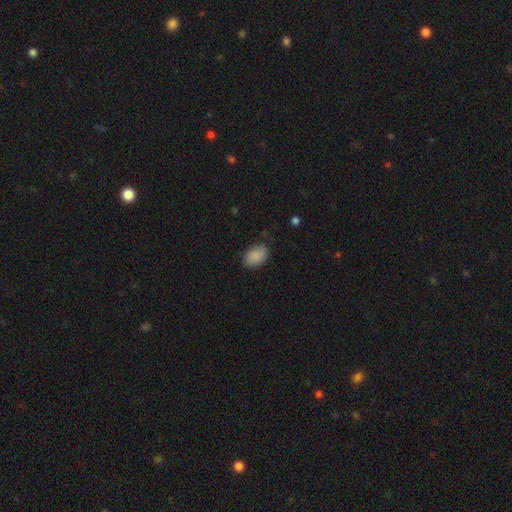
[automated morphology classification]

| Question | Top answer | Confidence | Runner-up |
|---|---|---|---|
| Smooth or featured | smooth | 88% | star or artifact (7%) |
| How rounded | in between | 84% | round (15%) |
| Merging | none | 79% | minor disturbance (16%) |